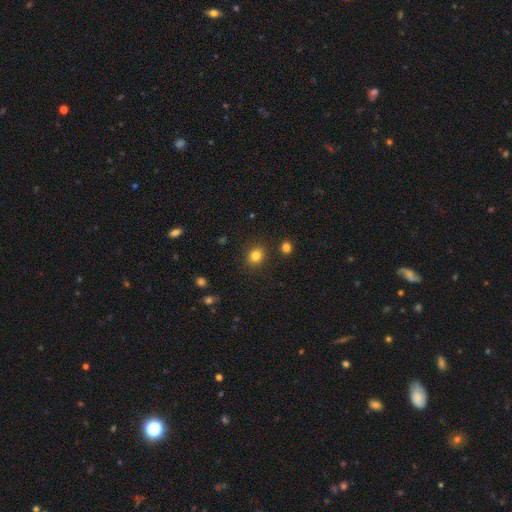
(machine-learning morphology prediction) A smooth galaxy with no disk features (82%) that is round (70%). Merging: none (88%).